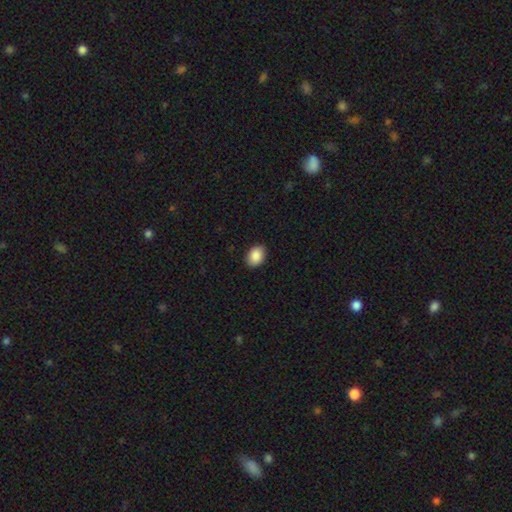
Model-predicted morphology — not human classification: type=smooth (90%); roundness=in between (79%); merging=none (90%).